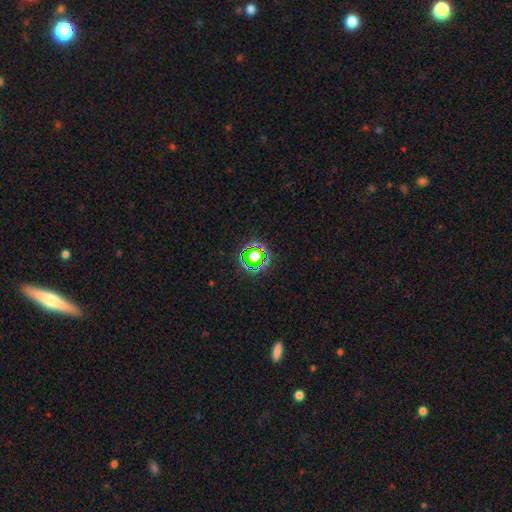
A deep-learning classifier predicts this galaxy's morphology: The model was most divided on "smooth or featured": star or artifact: 59%, smooth: 27%, featured or disk: 14%.